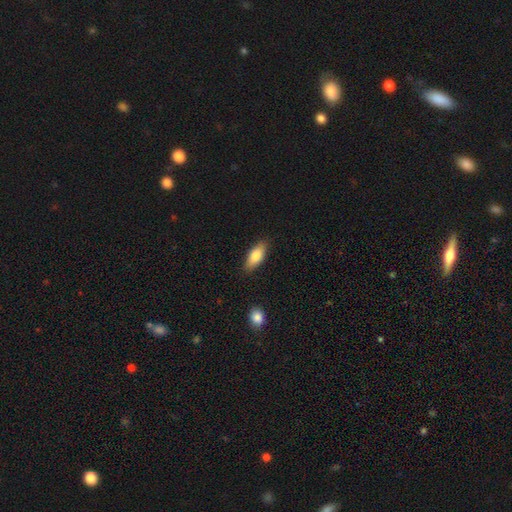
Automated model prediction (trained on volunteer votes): A smooth galaxy with no disk features (78%) that is in between round and cigar-shaped (79%).

Vote fractions:
- Smooth or featured? smooth: 78% / featured or disk: 16% / star or artifact: 6%
- How rounded? in between: 79% / cigar-shaped: 18% / round: 3%
- Merging? none: 87% / minor disturbance: 10% / major disturbance: 2% / merger: 1%